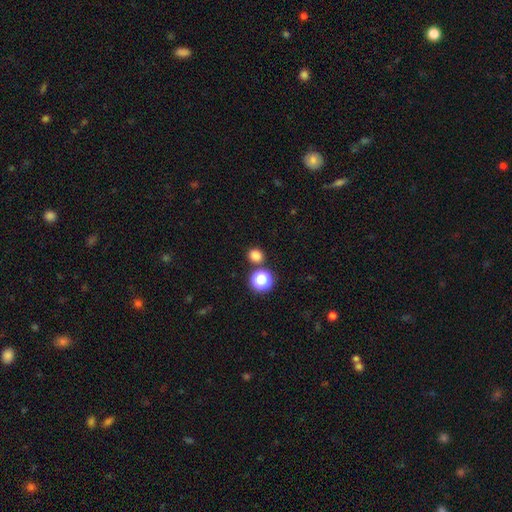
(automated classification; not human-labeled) Smooth or featured?
  - smooth: 79% *
  - star or artifact: 17%
  - featured or disk: 4%
How rounded?
  - round: 83% *
  - in between: 17%
  - cigar-shaped: 1%
Merging?
  - none: 84% *
  - merger: 7%
  - minor disturbance: 7%
  - major disturbance: 2%